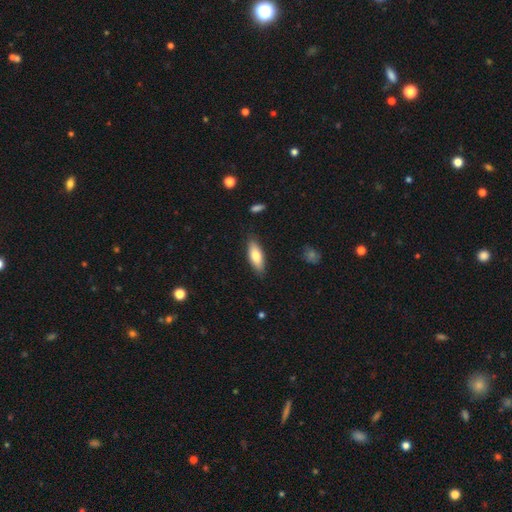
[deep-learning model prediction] smooth-or-featured: smooth: 75% | featured or disk: 19% | star or artifact: 6%
  how-rounded: in between: 62% | cigar-shaped: 37% | round: 2%
  merging: none: 85% | minor disturbance: 11% | major disturbance: 2% | merger: 1%